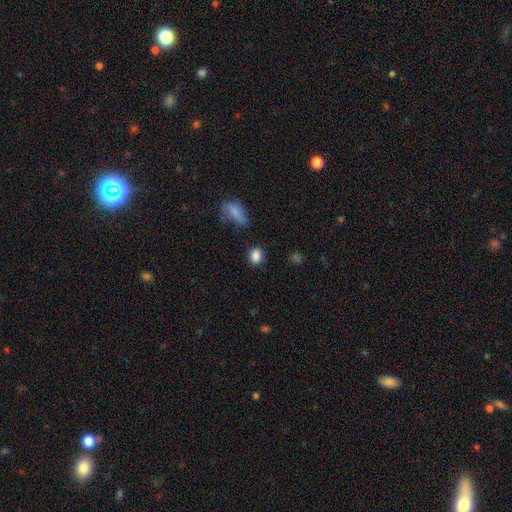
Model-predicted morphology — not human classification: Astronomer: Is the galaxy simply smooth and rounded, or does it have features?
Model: smooth — 87%.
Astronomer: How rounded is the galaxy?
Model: in between — 57% (runner-up: round, 41%).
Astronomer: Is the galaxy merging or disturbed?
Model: none — 81%.